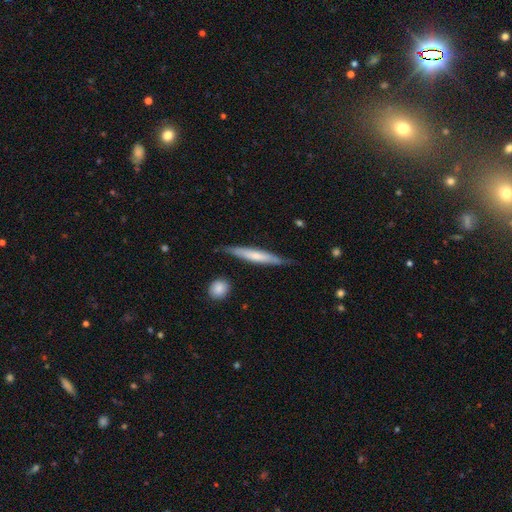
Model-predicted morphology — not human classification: smooth-or-featured: smooth: 51% | featured or disk: 44% | star or artifact: 5%
  how-rounded: cigar-shaped: 91% | in between: 7% | round: 1%
  merging: none: 77% | minor disturbance: 17% | major disturbance: 3% | merger: 2%